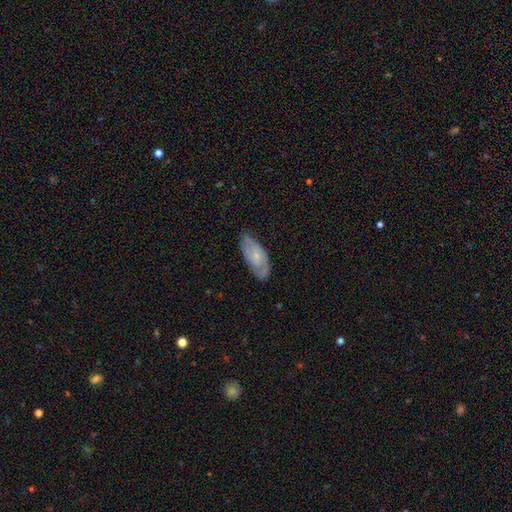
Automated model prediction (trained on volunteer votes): Smooth or featured: featured or disk — 59% (smooth — 34%)
Edge-on disk: no — 90% (yes — 10%)
Bar: no — 58% (weak — 35%)
Spiral arms: yes — 82% (no — 18%)
Bulge size: small — 70% (moderate — 21%)
Merging: none — 77% (minor disturbance — 18%)